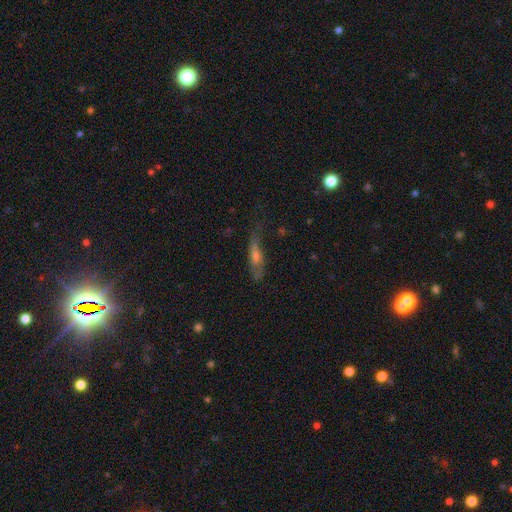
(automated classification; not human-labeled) Smooth or featured?
  - smooth: 45% *
  - featured or disk: 44%
  - star or artifact: 11%
Merging?
  - none: 53% *
  - minor disturbance: 28%
  - major disturbance: 16%
  - merger: 3%